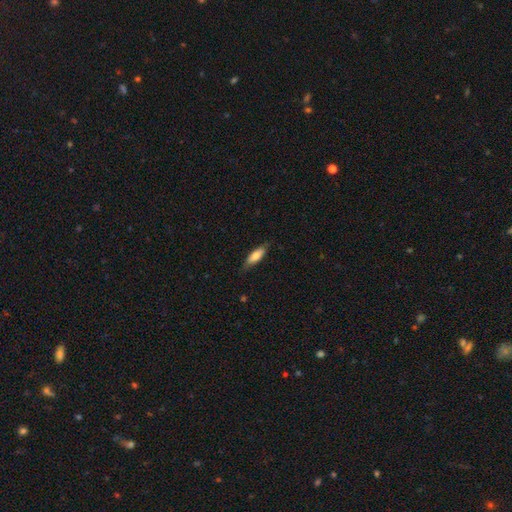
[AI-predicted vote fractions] This appears to be a smooth galaxy with no disk features (73%) that is in between round and cigar-shaped (57%). Merging: none (78%).